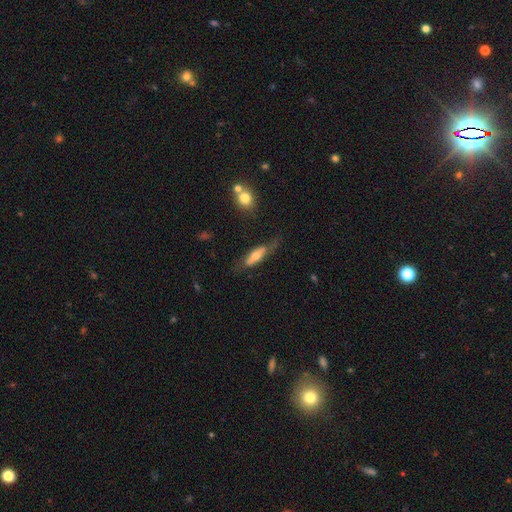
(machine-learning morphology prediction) A smooth galaxy with no disk features (49%).

Vote fractions:
- Smooth or featured? smooth: 49% / featured or disk: 45% / star or artifact: 7%
- Merging? none: 53% / minor disturbance: 27% / major disturbance: 16% / merger: 3%